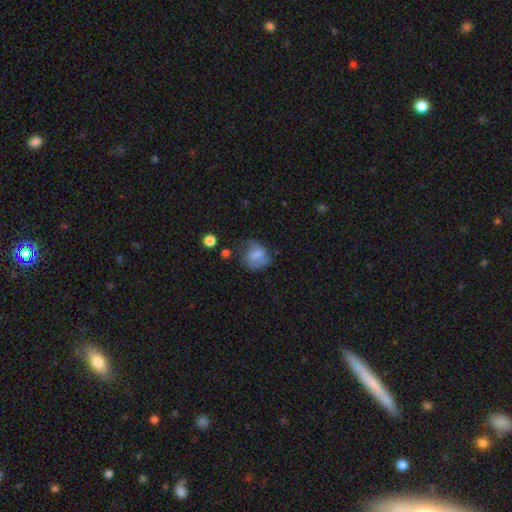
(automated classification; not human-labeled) Smooth or featured?
  - smooth: 55% *
  - featured or disk: 33%
  - star or artifact: 12%
How rounded?
  - round: 57% *
  - in between: 41%
  - cigar-shaped: 1%
Merging?
  - none: 48% *
  - minor disturbance: 28%
  - major disturbance: 20%
  - merger: 4%